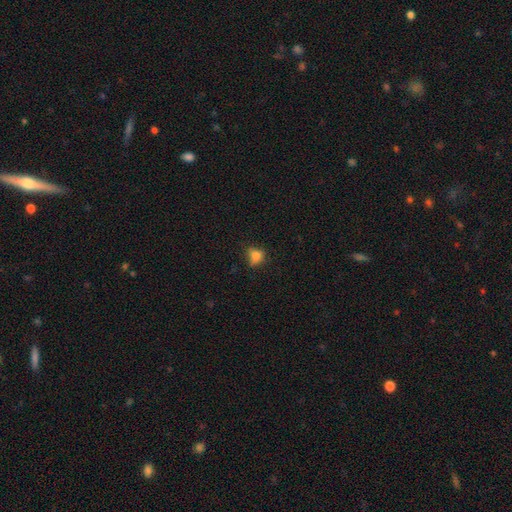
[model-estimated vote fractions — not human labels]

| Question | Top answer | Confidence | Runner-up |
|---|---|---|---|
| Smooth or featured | smooth | 79% | star or artifact (12%) |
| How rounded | round | 52% | in between (46%) |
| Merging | none | 55% | minor disturbance (32%) |